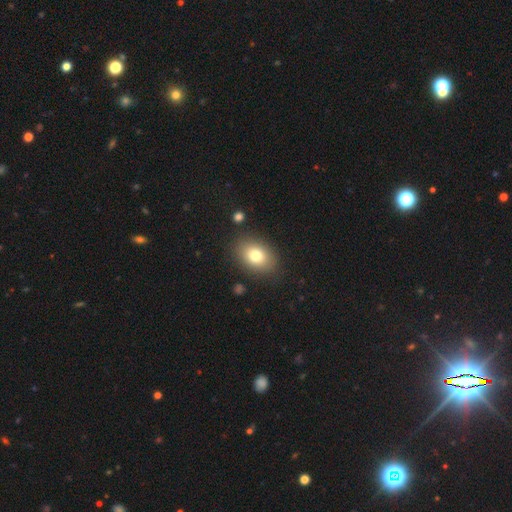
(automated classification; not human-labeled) Morphology: type=smooth (78%); roundness=in between (76%); merging=none (85%).